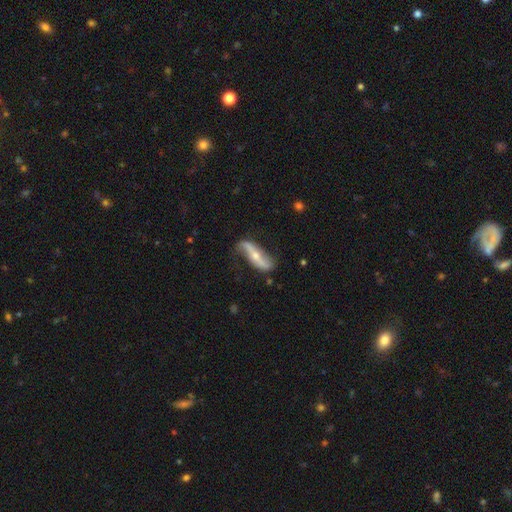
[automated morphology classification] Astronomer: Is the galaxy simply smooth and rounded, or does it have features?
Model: featured or disk — 77%.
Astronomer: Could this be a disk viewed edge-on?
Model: no — 77%.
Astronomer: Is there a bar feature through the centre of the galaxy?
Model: strong — 41% (runner-up: no, 37%).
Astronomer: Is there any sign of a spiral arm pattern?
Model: yes — 88%.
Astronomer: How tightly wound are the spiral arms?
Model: loose — 86%.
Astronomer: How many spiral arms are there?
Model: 2 — 91%.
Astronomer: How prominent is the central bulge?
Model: small — 49% (runner-up: moderate, 45%).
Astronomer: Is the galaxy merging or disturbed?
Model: none — 70%.